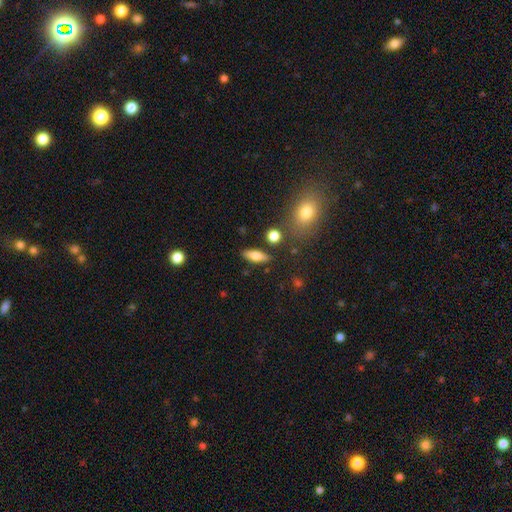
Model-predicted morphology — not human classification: The model was most divided on "how rounded": in between: 63%, cigar-shaped: 32%, round: 5%. More confident: merging — none (82%); smooth or featured — smooth (73%).